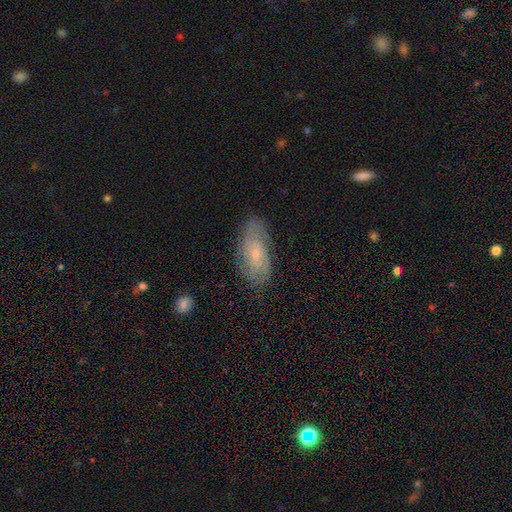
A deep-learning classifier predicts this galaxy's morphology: A featured or disk galaxy (67%) with no bar (75%), tight (58%) spiral arms (88%) and a small central bulge (76%). Merging: none (75%).